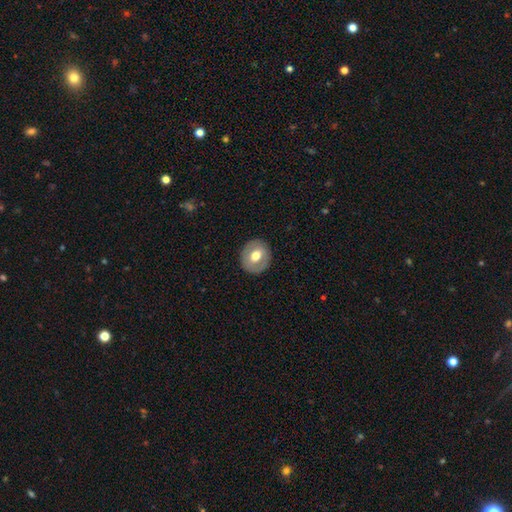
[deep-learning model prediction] A smooth galaxy with no disk features (59%) that is round (81%). Merging: none (89%).